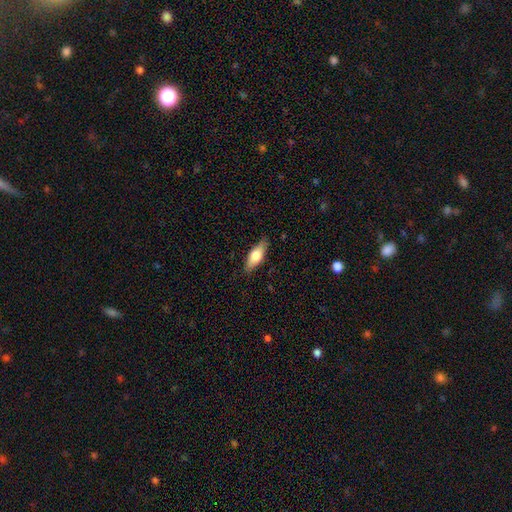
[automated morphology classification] The model was most divided on "smooth or featured": smooth: 66%, featured or disk: 28%, star or artifact: 6%. More confident: merging — none (85%); how rounded — in between (70%).